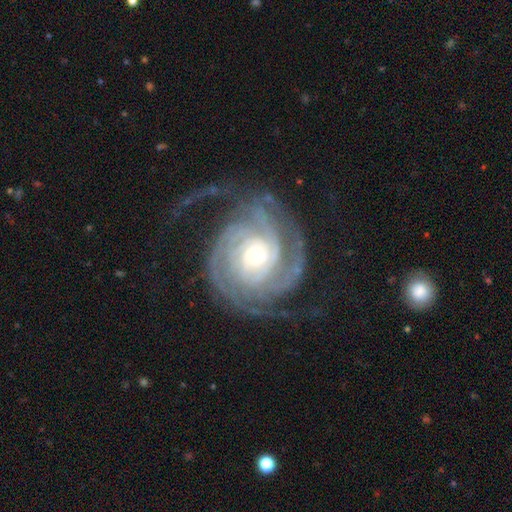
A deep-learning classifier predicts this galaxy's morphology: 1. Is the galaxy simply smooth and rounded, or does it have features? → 91% featured or disk, 5% star or artifact, 4% smooth.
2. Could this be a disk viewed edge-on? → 98% no, 2% yes.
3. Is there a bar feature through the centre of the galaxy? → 73% no, 18% weak, 9% strong.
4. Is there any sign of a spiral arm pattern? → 98% yes, 2% no.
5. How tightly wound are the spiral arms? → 73% tight, 22% medium, 5% loose.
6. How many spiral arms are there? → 26% 2, 20% 3, 19% can't tell, 15% 4, 11% more than 4, 9% 1.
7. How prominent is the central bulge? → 58% small, 34% moderate, 6% large, 1% dominant, 1% none.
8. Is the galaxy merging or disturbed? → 68% none, 16% minor disturbance, 15% major disturbance, 2% merger.